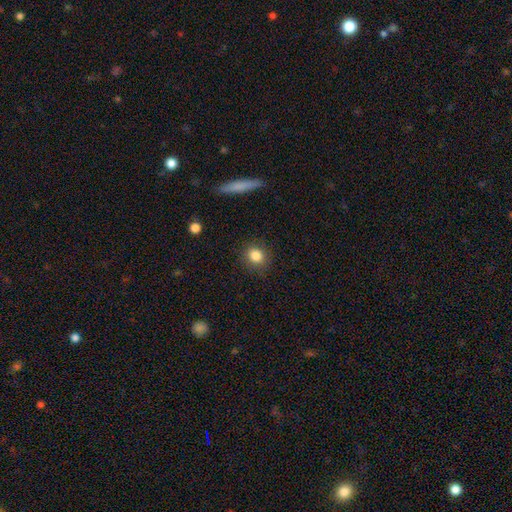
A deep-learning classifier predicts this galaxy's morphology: This is clearly a smooth galaxy (85%). How rounded: clearly round (81%). Merging: clearly none (87%).